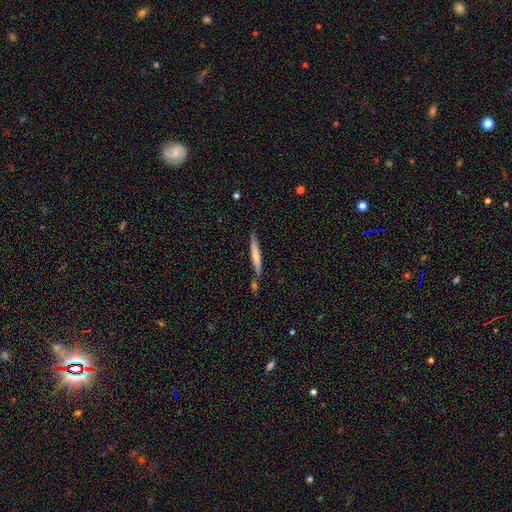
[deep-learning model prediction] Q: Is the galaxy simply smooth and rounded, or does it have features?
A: smooth — 58%.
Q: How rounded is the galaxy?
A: cigar-shaped — 94%.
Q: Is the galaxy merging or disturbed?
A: none — 70%.